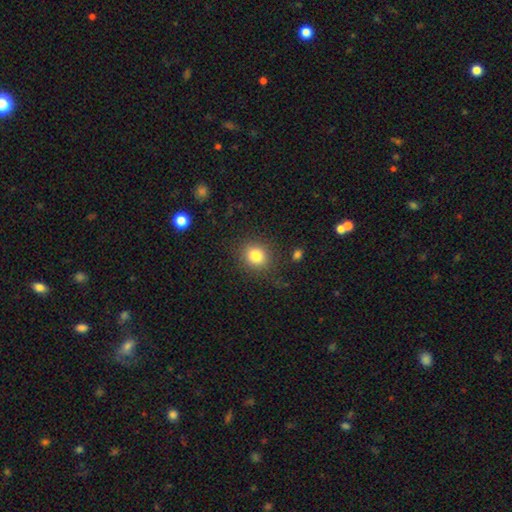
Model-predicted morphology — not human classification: Smooth or featured? smooth (83%)
How rounded? round (78%)
Merging? none (85%)